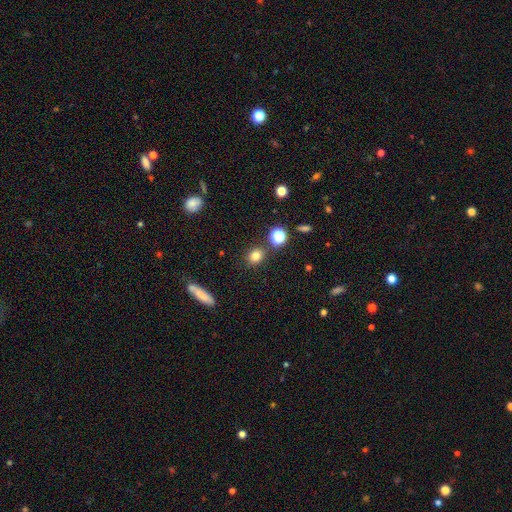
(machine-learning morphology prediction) The model was most divided on "how rounded": round: 71%, in between: 27%, cigar-shaped: 2%. More confident: merging — none (84%); smooth or featured — smooth (79%).